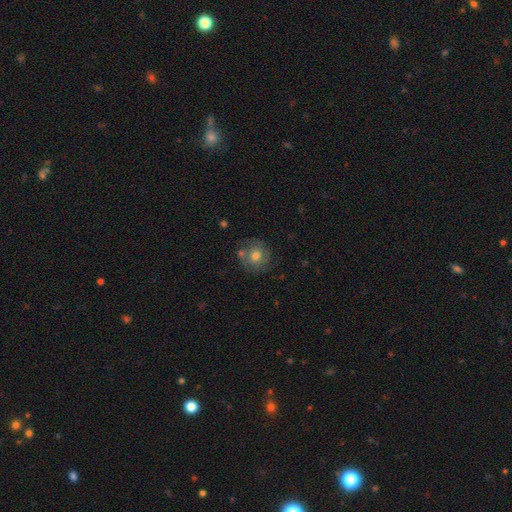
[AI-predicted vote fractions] Overall: smooth (50%; featured or disk 40%). How rounded: round (87%). Merging: none (68%).